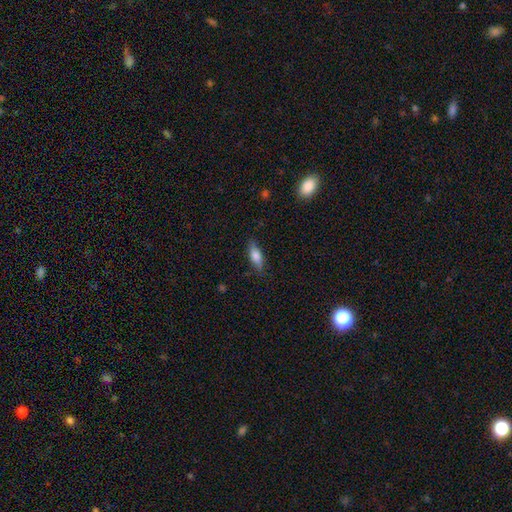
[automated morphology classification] Smooth or featured: smooth — 74% (featured or disk — 19%)
How rounded: in between — 66% (cigar-shaped — 31%)
Merging: none — 81% (minor disturbance — 15%)